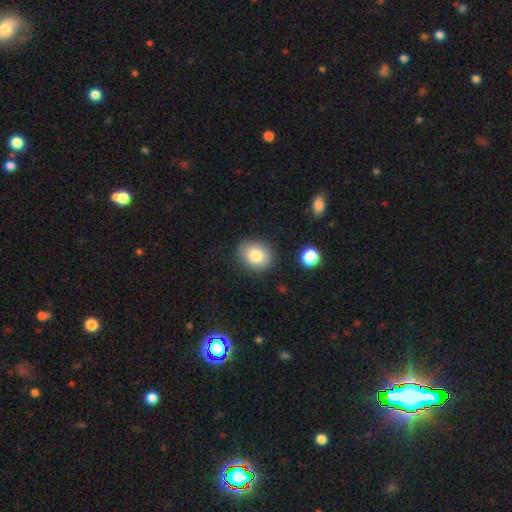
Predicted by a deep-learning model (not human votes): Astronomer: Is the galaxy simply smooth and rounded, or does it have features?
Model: smooth — 81%.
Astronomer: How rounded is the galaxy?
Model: round — 50%, tied with in between at 50%.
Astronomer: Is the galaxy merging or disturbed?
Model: none — 84%.